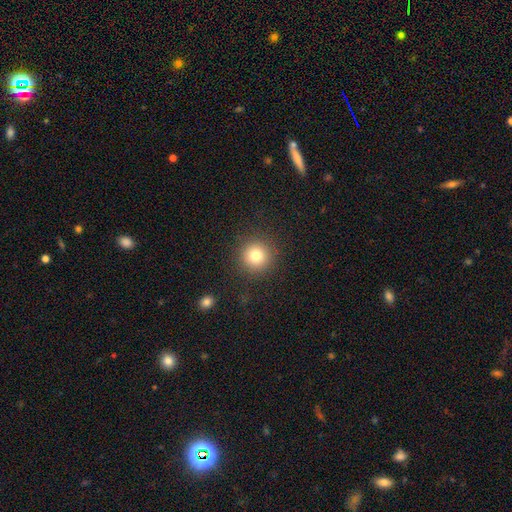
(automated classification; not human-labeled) A smooth galaxy with no disk features (79%) that is round (95%).

Vote fractions:
- Smooth or featured? smooth: 79% / star or artifact: 13% / featured or disk: 9%
- How rounded? round: 95% / in between: 4% / cigar-shaped: 1%
- Merging? none: 90% / minor disturbance: 6% / major disturbance: 3% / merger: 1%